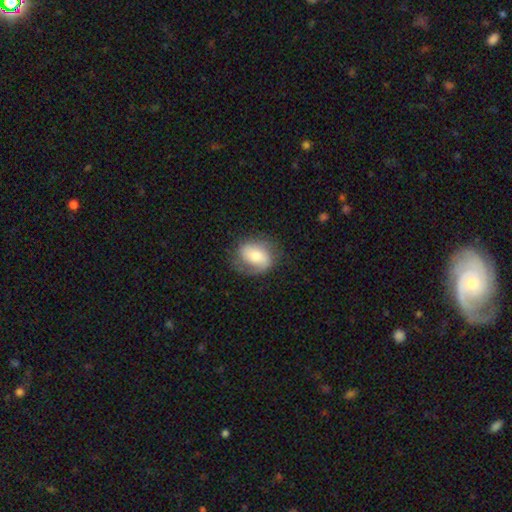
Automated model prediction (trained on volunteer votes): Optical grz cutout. It shows a featured or disk galaxy (48%). Merging: none (67%).